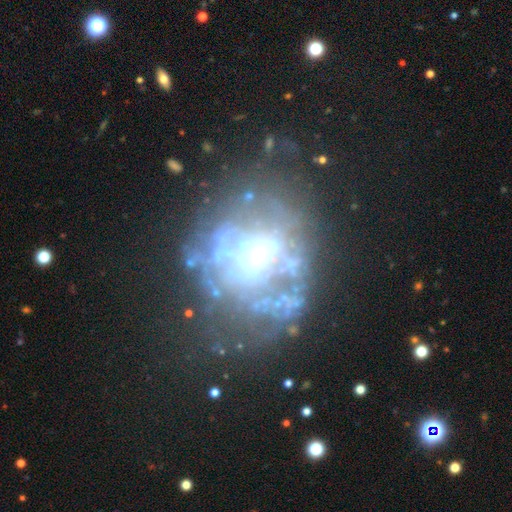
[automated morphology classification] Overall: featured or disk (72%). Edge-on disk: no (93%). Bar: no (36%; weak 34%). Spiral arms: no (67%; yes 33%). Bulge size: moderate (51%; large 18%). Merging: none (52%; major disturbance 25%).